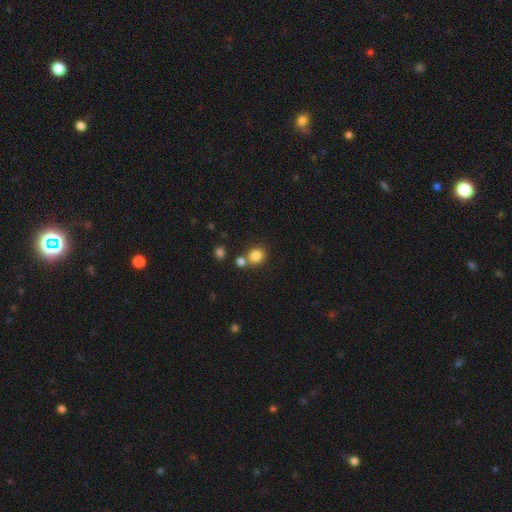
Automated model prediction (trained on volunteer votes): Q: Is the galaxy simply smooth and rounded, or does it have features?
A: smooth — 83%.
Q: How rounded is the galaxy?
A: round — 83%.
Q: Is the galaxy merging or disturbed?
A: none — 64%.